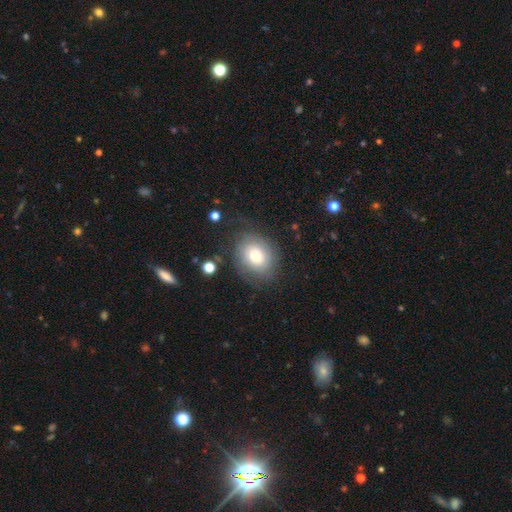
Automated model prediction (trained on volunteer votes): This appears to be a smooth galaxy with no disk features (60%) that is round (52%). Merging: none (67%).